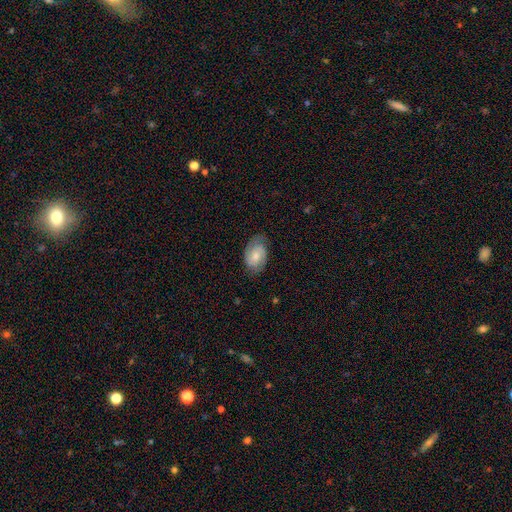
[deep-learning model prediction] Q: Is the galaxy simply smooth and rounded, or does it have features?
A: featured or disk — 56%.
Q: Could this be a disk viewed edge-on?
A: no — 96%.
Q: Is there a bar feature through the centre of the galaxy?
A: no — 62%.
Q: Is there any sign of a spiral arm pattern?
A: yes — 89%.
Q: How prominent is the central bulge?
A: small — 47%.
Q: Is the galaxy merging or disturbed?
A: none — 68%.